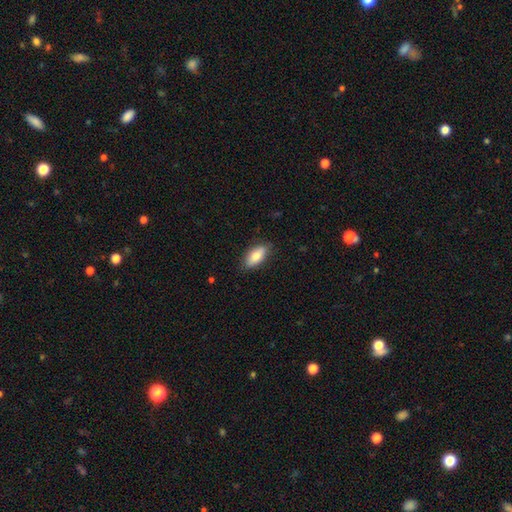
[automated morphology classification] smooth_or_featured: smooth (p=0.79) [alt: featured or disk p=0.15]
how_rounded: in between (p=0.87) [alt: cigar-shaped p=0.10]
merging: none (p=0.84) [alt: minor disturbance p=0.12]